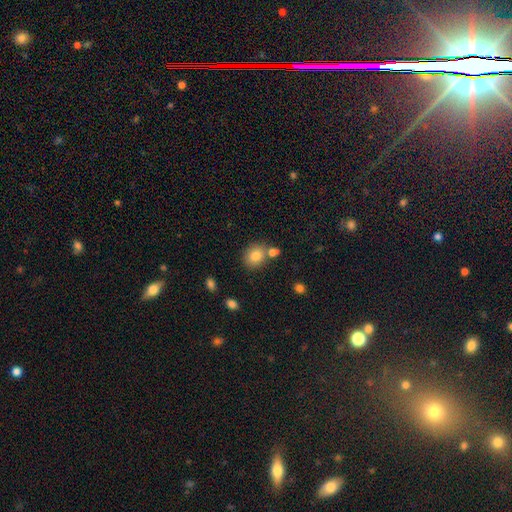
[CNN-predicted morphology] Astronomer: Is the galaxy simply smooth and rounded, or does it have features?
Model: smooth — 80%.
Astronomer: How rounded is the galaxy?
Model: round — 63%.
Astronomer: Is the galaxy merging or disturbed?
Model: none — 66%.